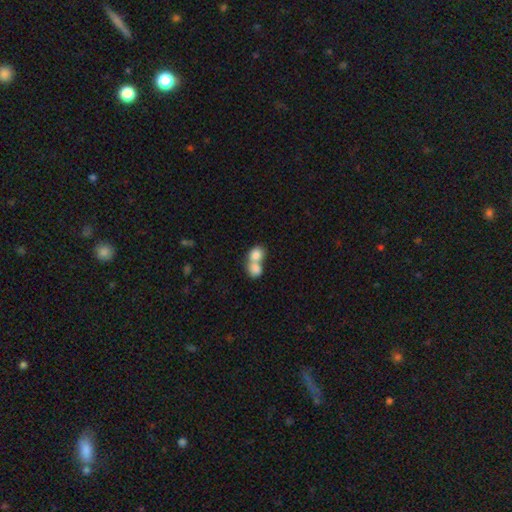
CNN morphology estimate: A smooth galaxy with no disk features (81%) that is round (59%).

Vote fractions:
- Smooth or featured? smooth: 81% / featured or disk: 11% / star or artifact: 7%
- How rounded? round: 59% / in between: 40% / cigar-shaped: 1%
- Merging? merger: 74% / none: 19% / minor disturbance: 4% / major disturbance: 3%